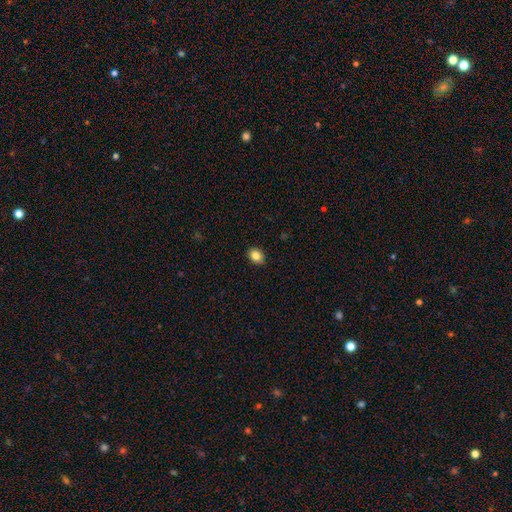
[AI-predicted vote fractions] smooth_or_featured: smooth (p=0.84) [alt: star or artifact p=0.09]
how_rounded: in between (p=0.58) [alt: round p=0.41]
merging: none (p=0.90) [alt: minor disturbance p=0.07]